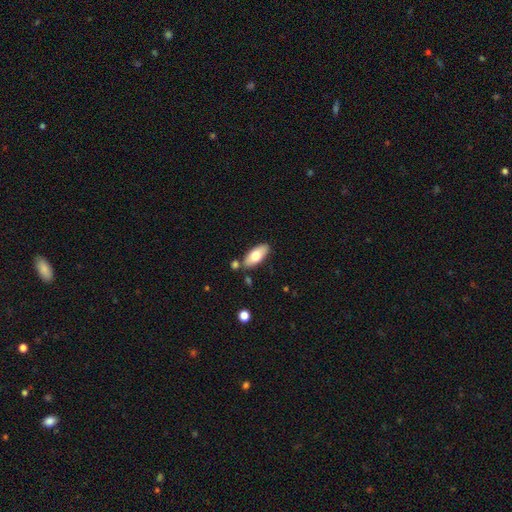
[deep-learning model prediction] Overall: smooth (71%). How rounded: in between (85%). Merging: none (78%).